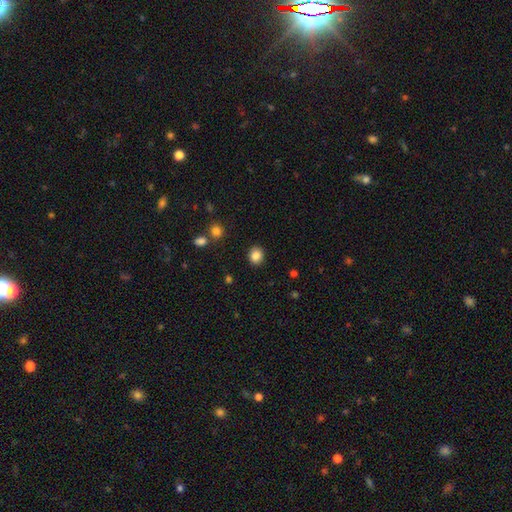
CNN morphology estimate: This is clearly a smooth galaxy (85%). How rounded: likely round (71%). Merging: clearly none (89%).